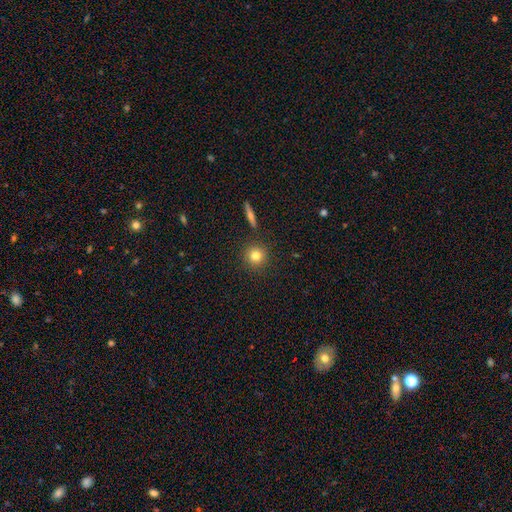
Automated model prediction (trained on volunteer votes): A smooth galaxy with no disk features (80%) that is round (93%).

Vote fractions:
- Smooth or featured? smooth: 80% / star or artifact: 11% / featured or disk: 9%
- How rounded? round: 93% / in between: 5% / cigar-shaped: 1%
- Merging? none: 90% / minor disturbance: 6% / merger: 2% / major disturbance: 2%